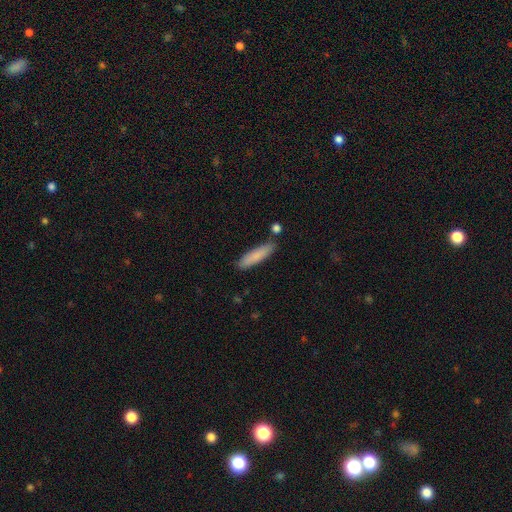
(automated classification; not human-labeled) Overall: smooth (83%). How rounded: cigar-shaped (79%). Merging: none (82%).